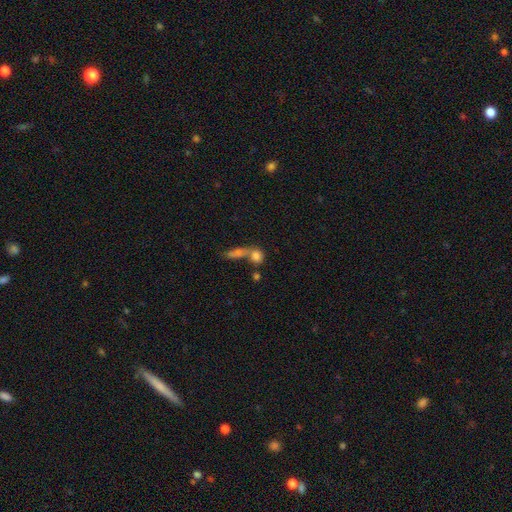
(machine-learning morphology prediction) A smooth galaxy with no disk features (76%) that is round (65%).

Vote fractions:
- Smooth or featured? smooth: 76% / featured or disk: 13% / star or artifact: 11%
- How rounded? round: 65% / in between: 29% / cigar-shaped: 6%
- Merging? merger: 51% / none: 34% / minor disturbance: 8% / major disturbance: 7%